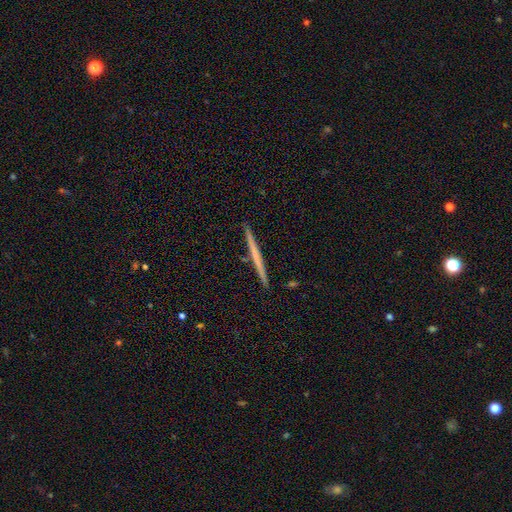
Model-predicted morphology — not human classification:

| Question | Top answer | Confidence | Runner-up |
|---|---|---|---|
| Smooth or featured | featured or disk | 50% | smooth (44%) |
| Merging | none | 93% | minor disturbance (5%) |